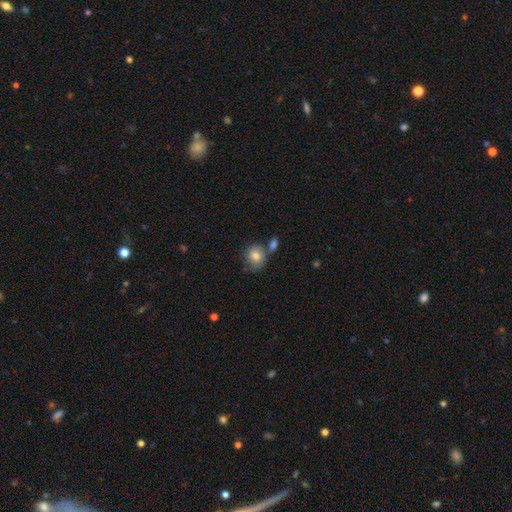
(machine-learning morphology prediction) smooth_or_featured: smooth (p=0.79) [alt: featured or disk p=0.12]
how_rounded: round (p=0.69) [alt: in between p=0.30]
merging: none (p=0.57) [alt: merger p=0.23]